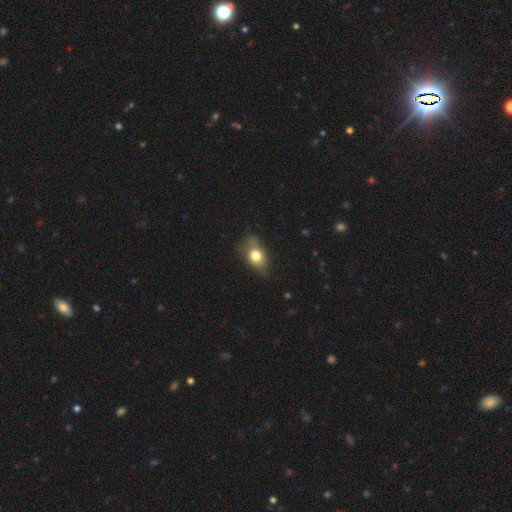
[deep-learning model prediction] smooth-or-featured: smooth: 71% | featured or disk: 20% | star or artifact: 9%
  how-rounded: in between: 73% | round: 24% | cigar-shaped: 3%
  merging: none: 56% | minor disturbance: 31% | major disturbance: 12% | merger: 2%